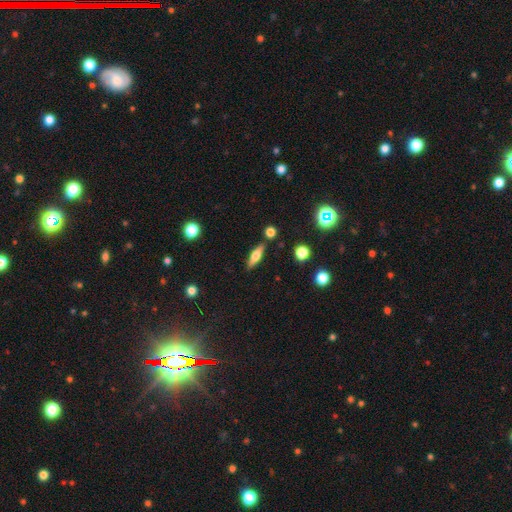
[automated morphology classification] type=smooth (48%); merging=none (84%).